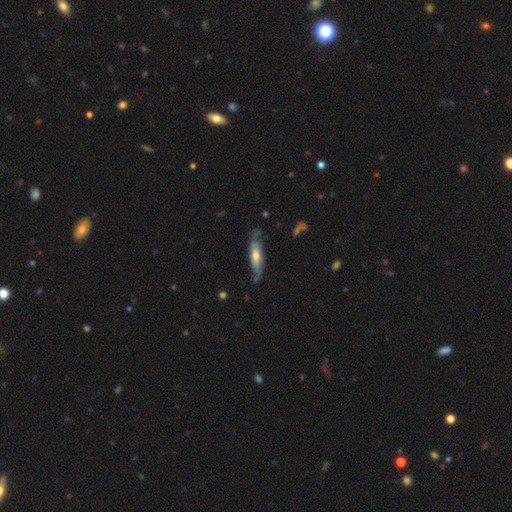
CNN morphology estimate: type=featured or disk (55%); edge-on=no (51%); merging=none (65%).